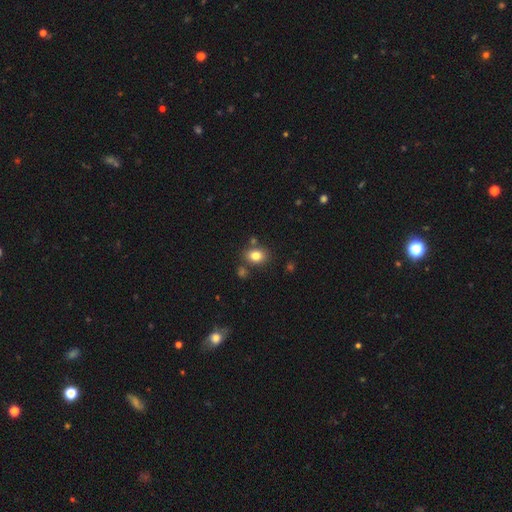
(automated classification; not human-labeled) Smooth or featured? smooth (81%)
How rounded? in between (57%)
Merging? none (77%)